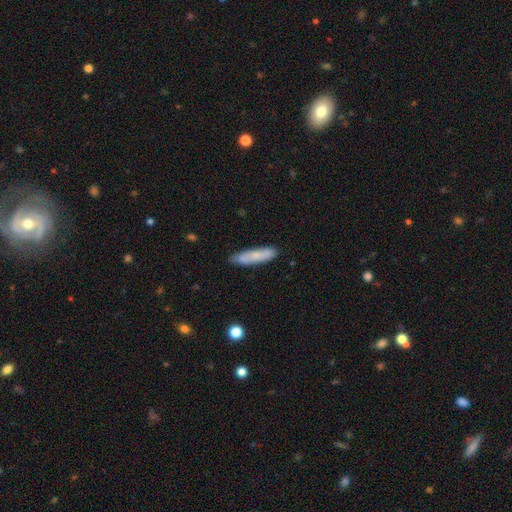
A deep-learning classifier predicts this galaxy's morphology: The model was most divided on "smooth or featured": smooth: 68%, featured or disk: 26%, star or artifact: 7%. More confident: merging — none (82%); how rounded — cigar-shaped (79%).